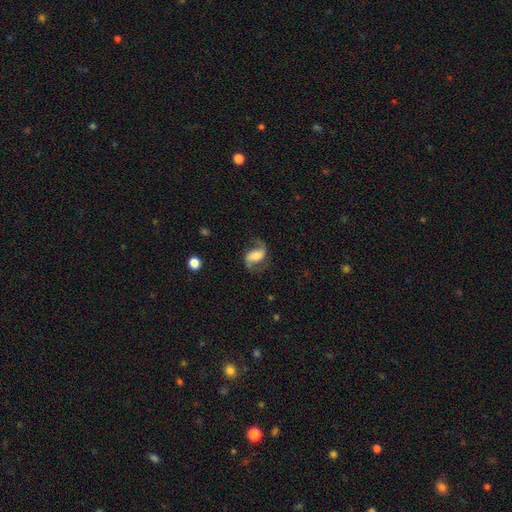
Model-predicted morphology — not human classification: Smooth or featured: featured or disk — 75% (smooth — 18%)
Edge-on disk: no — 96% (yes — 4%)
Bar: weak — 38% (strong — 35%)
Spiral arms: yes — 94% (no — 6%)
Spiral winding: loose — 55% (medium — 36%)
Spiral arm count: 2 — 90% (1 — 5%)
Bulge size: moderate — 35% (large — 26%)
Merging: none — 70% (minor disturbance — 16%)